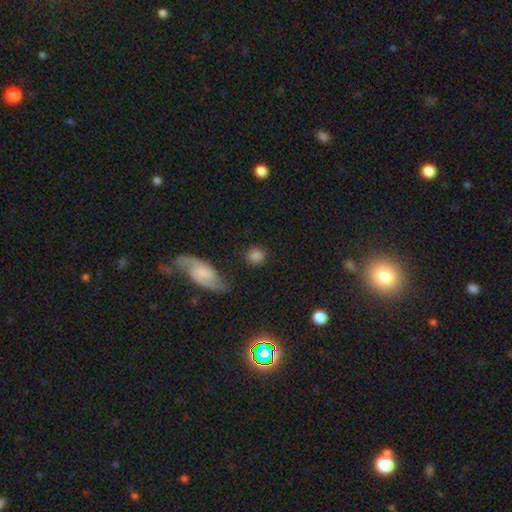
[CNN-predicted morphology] Smooth or featured? smooth (80%)
How rounded? round (84%)
Merging? none (80%)